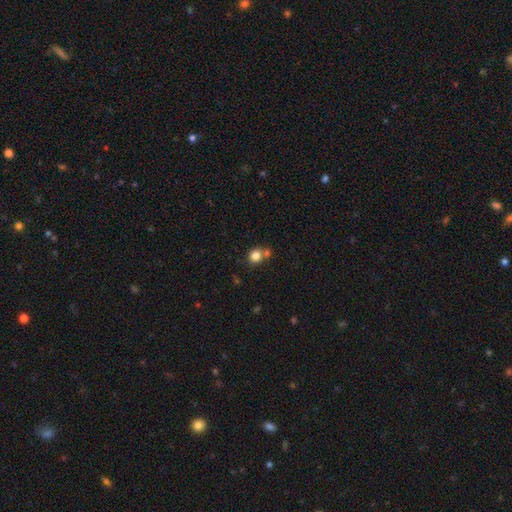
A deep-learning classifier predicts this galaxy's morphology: Q: Smooth or featured?
A: smooth (82%); runner-up: star or artifact (11%)
Q: How rounded?
A: round (79%); runner-up: in between (20%)
Q: Merging?
A: none (58%); runner-up: merger (29%)